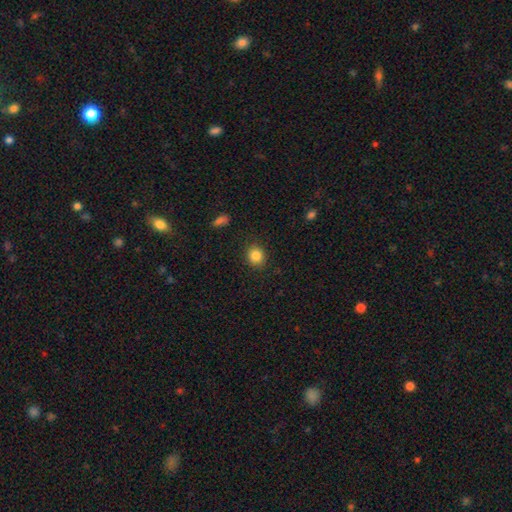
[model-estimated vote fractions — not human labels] Smooth or featured? smooth (85%)
How rounded? round (77%)
Merging? none (88%)